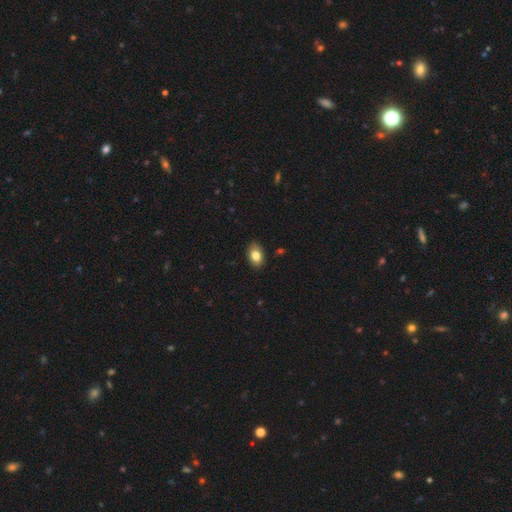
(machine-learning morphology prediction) Smooth or featured? Predicted: smooth (p=0.82). How rounded? Predicted: in between (p=0.84). Merging? Predicted: none (p=0.87).